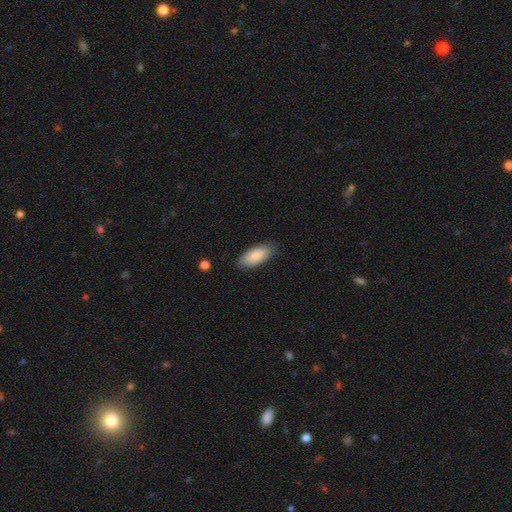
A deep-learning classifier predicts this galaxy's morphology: smooth_or_featured: smooth (p=0.87) [alt: featured or disk p=0.07]
how_rounded: in between (p=0.88) [alt: cigar-shaped p=0.11]
merging: none (p=0.82) [alt: minor disturbance p=0.14]